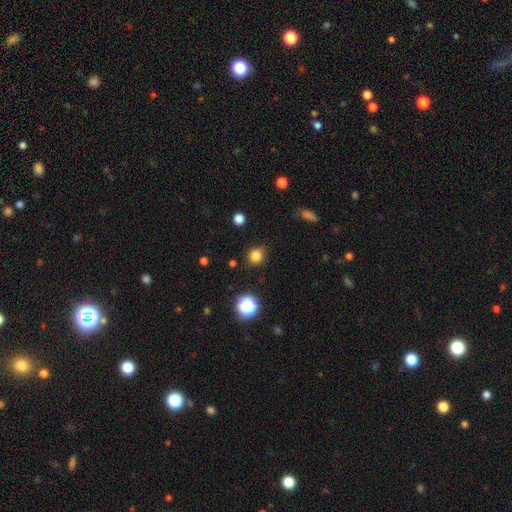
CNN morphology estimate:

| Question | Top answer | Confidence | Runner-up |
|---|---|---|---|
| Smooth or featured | smooth | 82% | star or artifact (14%) |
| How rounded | round | 86% | in between (13%) |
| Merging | none | 85% | minor disturbance (11%) |